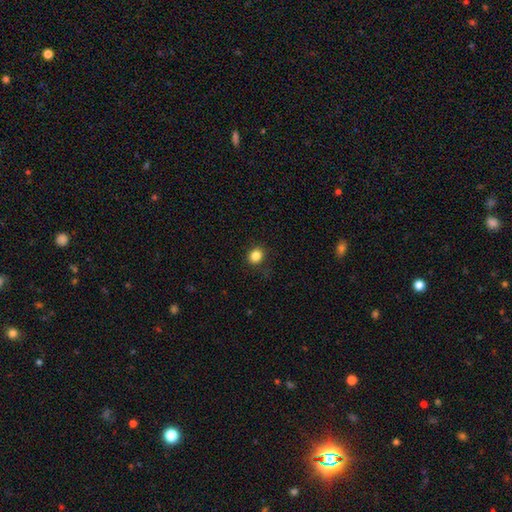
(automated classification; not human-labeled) smooth 84%, star or artifact 11%, featured or disk 5%. Down the decision tree: how rounded — round (74%); merging — none (87%).